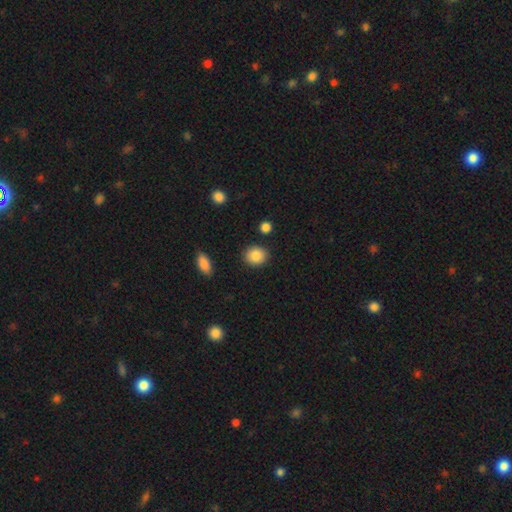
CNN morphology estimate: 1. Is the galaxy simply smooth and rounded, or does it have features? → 87% smooth, 8% star or artifact, 5% featured or disk.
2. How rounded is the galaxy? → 68% round, 31% in between, 1% cigar-shaped.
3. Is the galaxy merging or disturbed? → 88% none, 8% minor disturbance, 2% merger, 2% major disturbance.